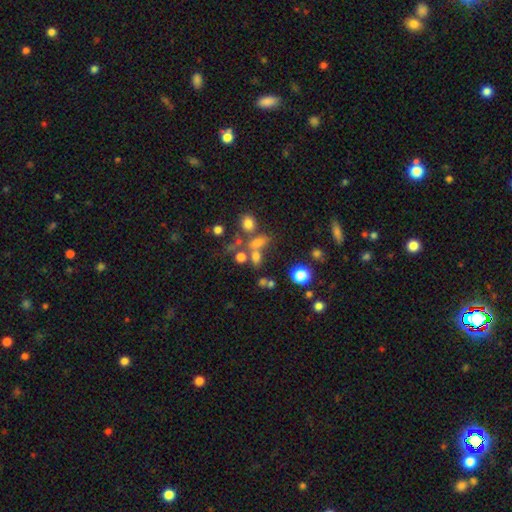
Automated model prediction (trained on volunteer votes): smooth 61%, star or artifact 22%, featured or disk 16%. Down the decision tree: how rounded — in between (54%); merging — none (41%).